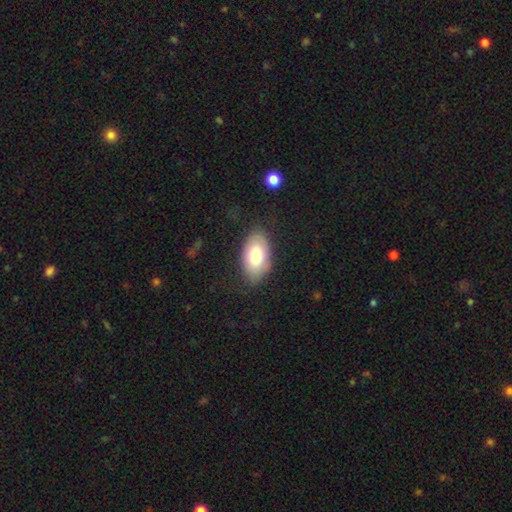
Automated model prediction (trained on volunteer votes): smooth-or-featured: smooth: 79% | featured or disk: 15% | star or artifact: 6%
  how-rounded: in between: 94% | round: 4% | cigar-shaped: 2%
  merging: none: 76% | minor disturbance: 17% | major disturbance: 6% | merger: 1%